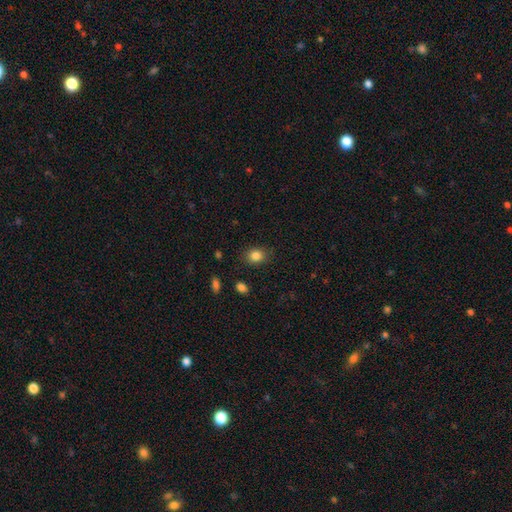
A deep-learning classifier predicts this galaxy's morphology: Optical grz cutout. It shows a smooth galaxy with no disk features (84%) that is in between round and cigar-shaped (55%). Merging: none (85%).